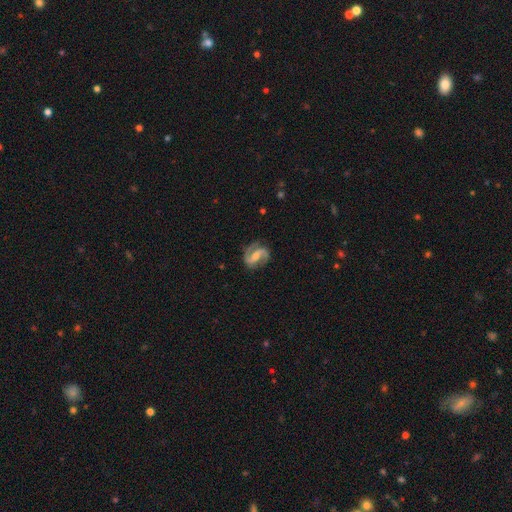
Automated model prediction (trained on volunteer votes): A featured or disk galaxy (89%) with a weak bar (42%), 2 (92%) medium (55%) spiral arms (97%) and a moderate central bulge (49%). Merging: none (80%).